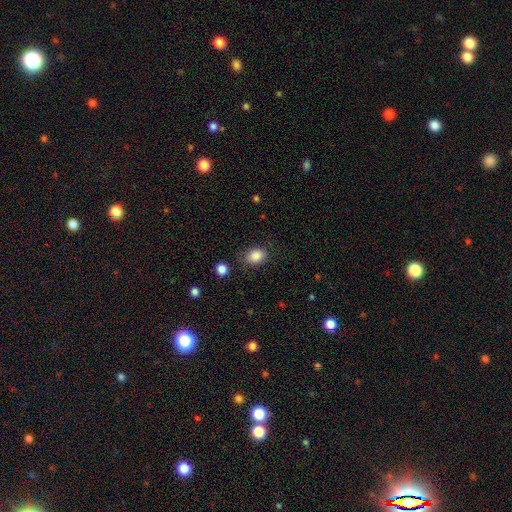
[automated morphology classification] This appears to be a smooth galaxy with no disk features (87%) that is in between round and cigar-shaped (66%). Merging: none (77%).